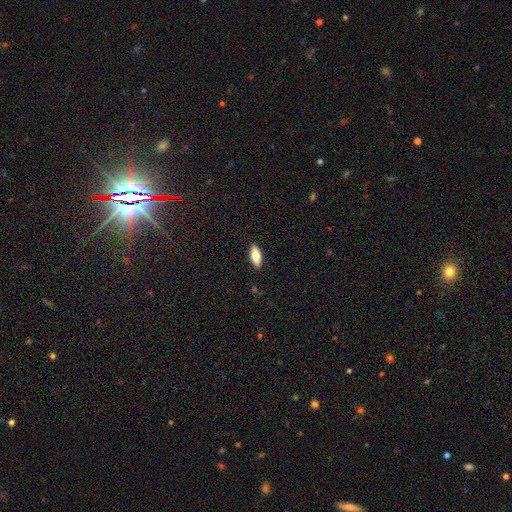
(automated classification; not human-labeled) Smooth or featured: smooth — 75% (featured or disk — 19%)
How rounded: in between — 77% (cigar-shaped — 21%)
Merging: none — 90% (minor disturbance — 8%)